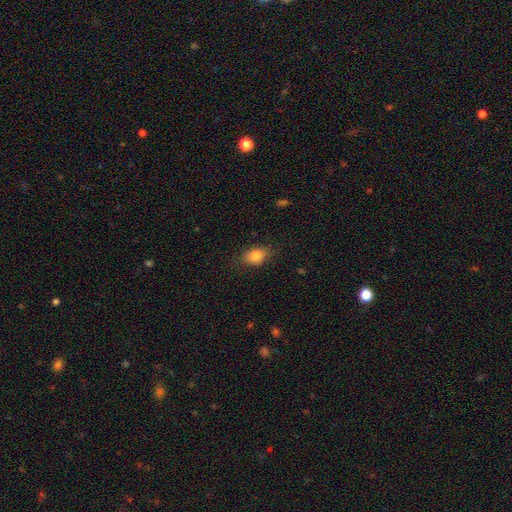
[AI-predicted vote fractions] Overall: smooth (83%). How rounded: in between (72%). Merging: none (80%).